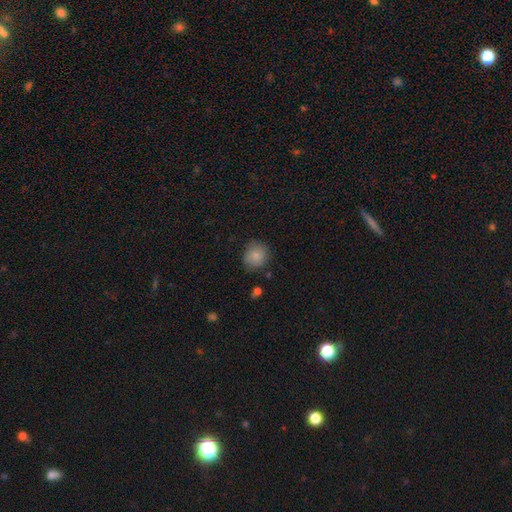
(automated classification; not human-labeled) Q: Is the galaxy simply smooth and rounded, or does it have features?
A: smooth — 84%.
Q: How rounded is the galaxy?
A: round — 84%.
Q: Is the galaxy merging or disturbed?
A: none — 79%.